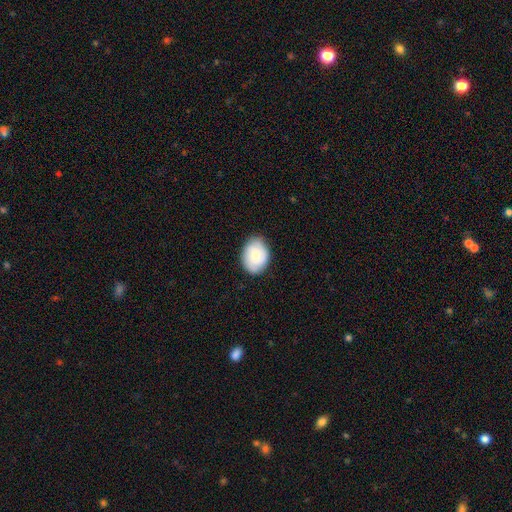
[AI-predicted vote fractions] smooth-or-featured: smooth: 55% | featured or disk: 38% | star or artifact: 7%
  how-rounded: in between: 65% | round: 34% | cigar-shaped: 1%
  merging: none: 81% | minor disturbance: 15% | major disturbance: 3% | merger: 1%